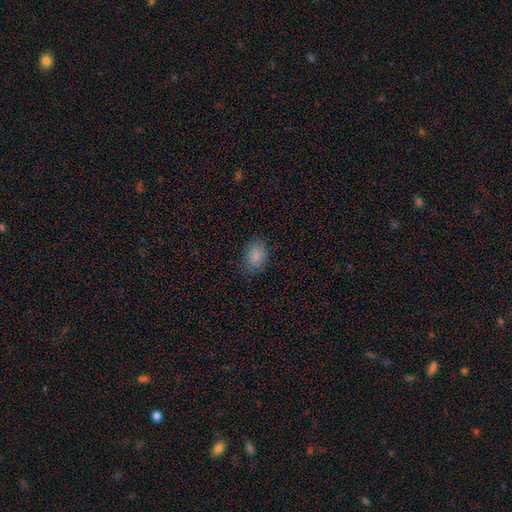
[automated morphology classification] The model was most divided on "how rounded": in between: 66%, round: 33%, cigar-shaped: 1%. More confident: smooth or featured — smooth (84%); merging — none (80%).